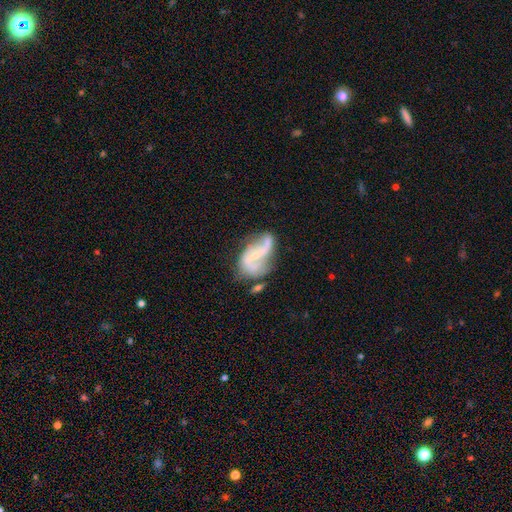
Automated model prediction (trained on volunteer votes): featured or disk 79%, smooth 14%, star or artifact 7%. Down the decision tree: edge-on disk — no (97%); bar — no (44%); spiral arms — yes (86%); spiral arm count — 2 (73%); spiral winding — loose (52%); bulge size — small (65%); merging — none (39%).